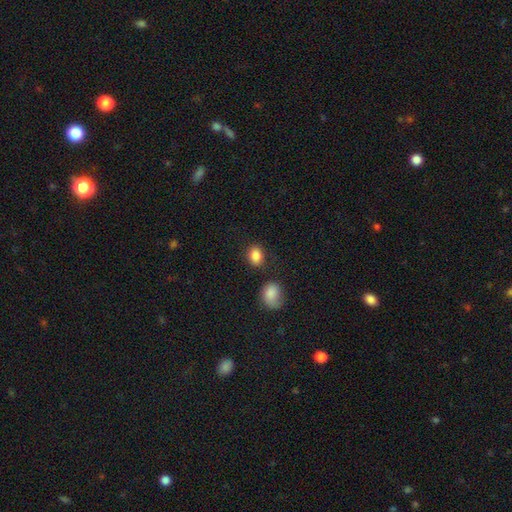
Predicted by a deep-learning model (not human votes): Overall: smooth (86%). How rounded: in between (56%; round 43%). Merging: none (76%).